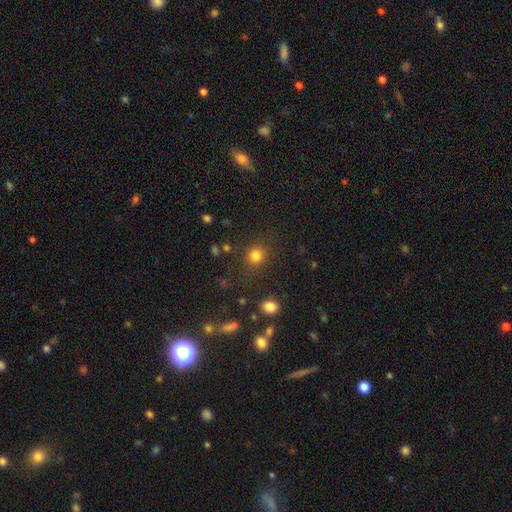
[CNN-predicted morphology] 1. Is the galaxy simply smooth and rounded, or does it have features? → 81% smooth, 14% star or artifact, 5% featured or disk.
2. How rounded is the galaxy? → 87% round, 12% in between, 1% cigar-shaped.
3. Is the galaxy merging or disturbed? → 83% none, 9% minor disturbance, 5% major disturbance, 4% merger.